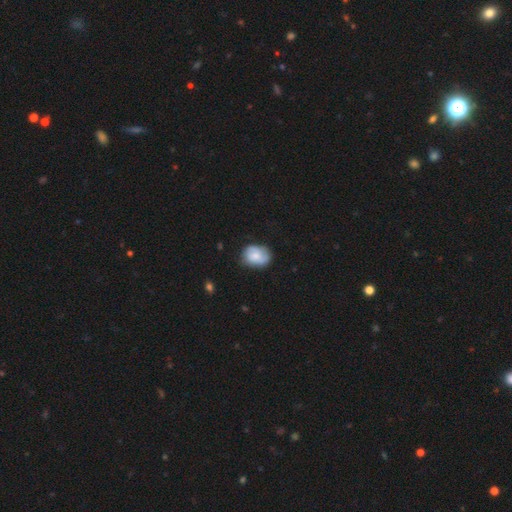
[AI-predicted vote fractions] Overall: smooth (49%; featured or disk 44%). Merging: none (70%).